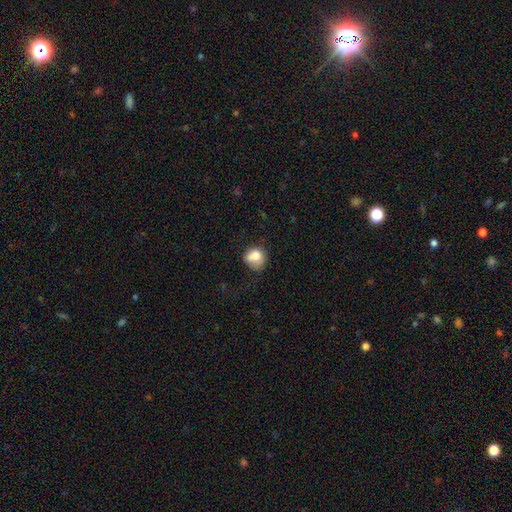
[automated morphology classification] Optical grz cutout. It shows a smooth galaxy with no disk features (74%) that is round (71%). Merging: none (43%).